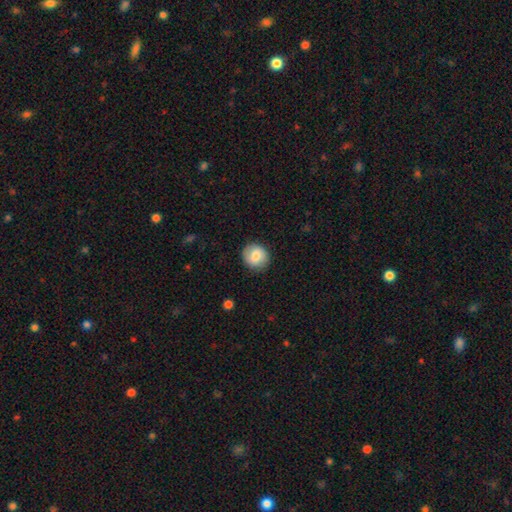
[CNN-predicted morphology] Smooth or featured: smooth — 79% (featured or disk — 14%)
How rounded: round — 85% (in between — 14%)
Merging: none — 88% (minor disturbance — 9%)